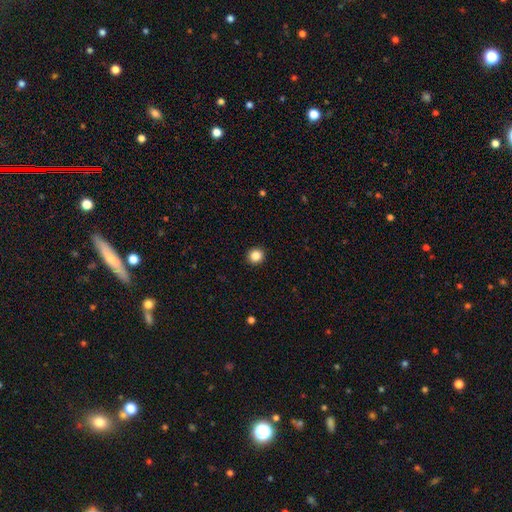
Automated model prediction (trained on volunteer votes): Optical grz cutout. It shows a smooth galaxy with no disk features (86%) that is round (91%). Merging: none (93%).